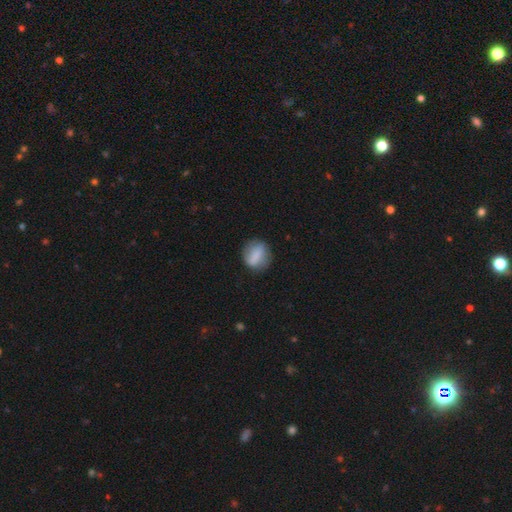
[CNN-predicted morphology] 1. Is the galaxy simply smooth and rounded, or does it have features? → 71% smooth, 22% featured or disk, 8% star or artifact.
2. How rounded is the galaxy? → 60% round, 37% in between, 3% cigar-shaped.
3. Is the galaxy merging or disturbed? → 74% none, 18% minor disturbance, 6% major disturbance, 2% merger.